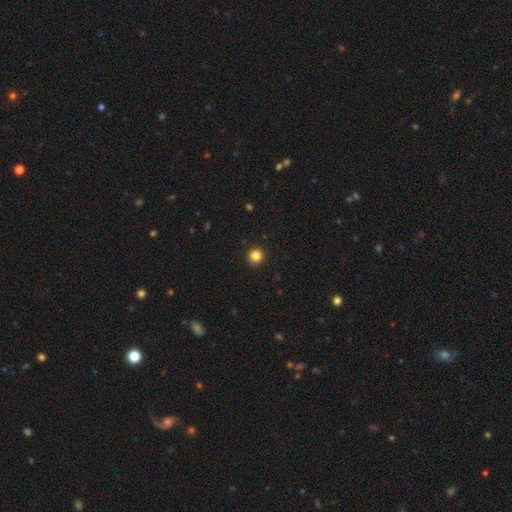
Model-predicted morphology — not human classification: Q: Smooth or featured?
A: smooth (84%); runner-up: star or artifact (12%)
Q: How rounded?
A: round (95%); runner-up: in between (4%)
Q: Merging?
A: none (92%); runner-up: minor disturbance (5%)